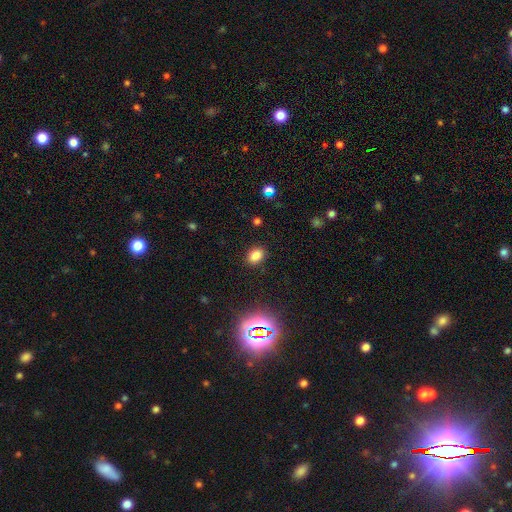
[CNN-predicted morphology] smooth 80%, star or artifact 15%, featured or disk 5%. Down the decision tree: how rounded — in between (71%); merging — none (88%).